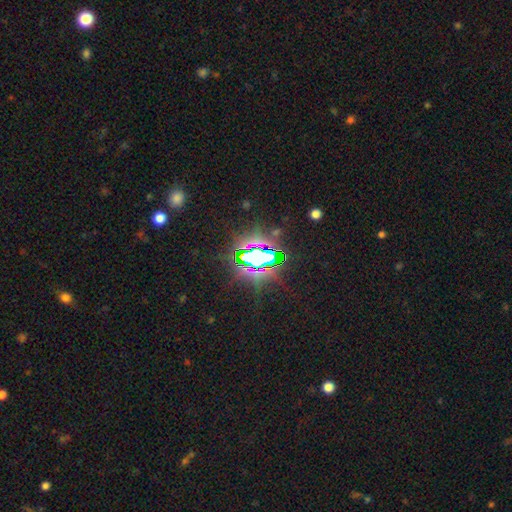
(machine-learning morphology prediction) smooth_or_featured: star or artifact (p=0.82) [alt: smooth p=0.10]